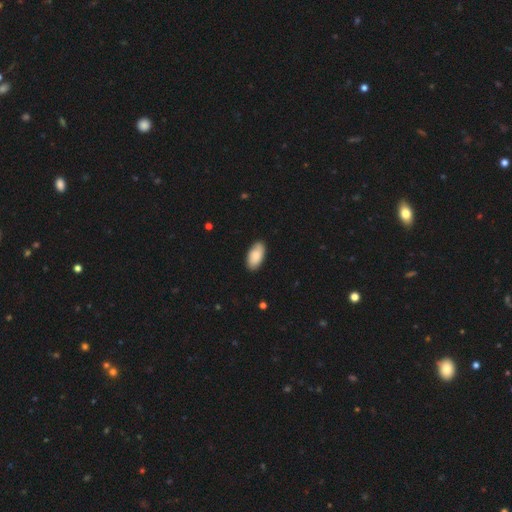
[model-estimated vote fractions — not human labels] A smooth galaxy with no disk features (85%) that is in between round and cigar-shaped (95%). Merging: none (87%).